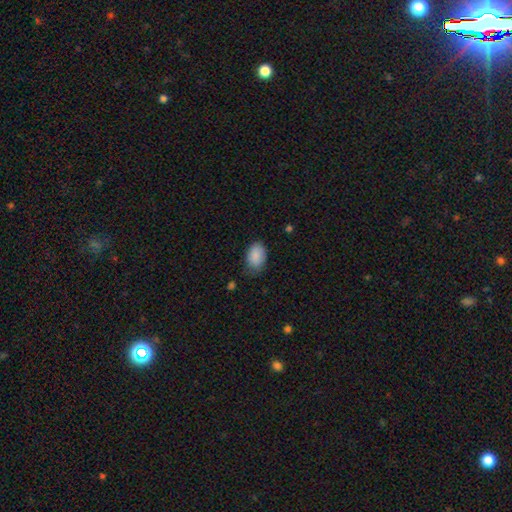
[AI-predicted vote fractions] smooth-or-featured: smooth: 88% | star or artifact: 7% | featured or disk: 5%
  how-rounded: in between: 87% | round: 12% | cigar-shaped: 1%
  merging: none: 68% | minor disturbance: 25% | major disturbance: 5% | merger: 1%